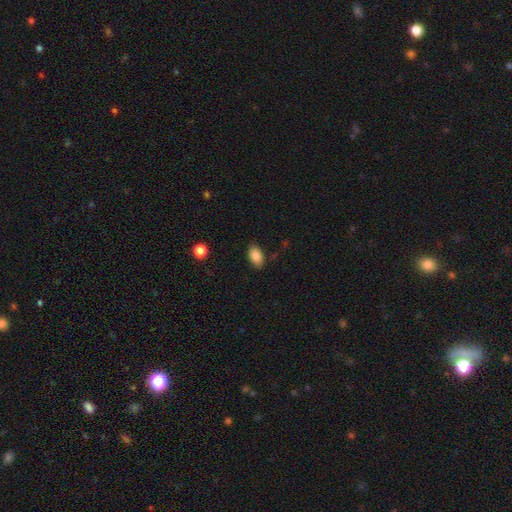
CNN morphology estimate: type=smooth (86%); roundness=in between (91%); merging=none (85%).